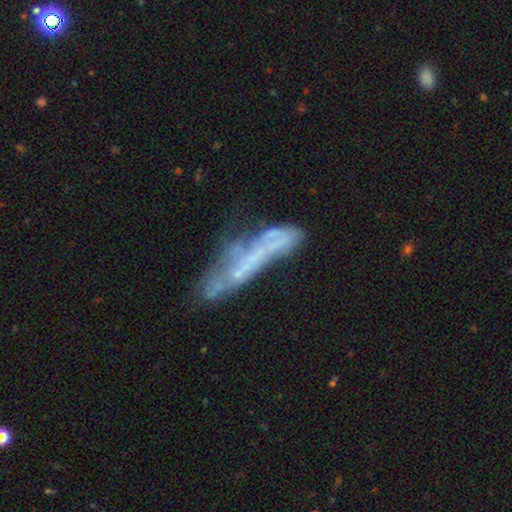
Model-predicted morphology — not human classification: smooth-or-featured: featured or disk: 56% | smooth: 31% | star or artifact: 13%
  disk-edge-on: no: 64% | yes: 36%
  merging: none: 37% | major disturbance: 23% | minor disturbance: 22% | merger: 17%